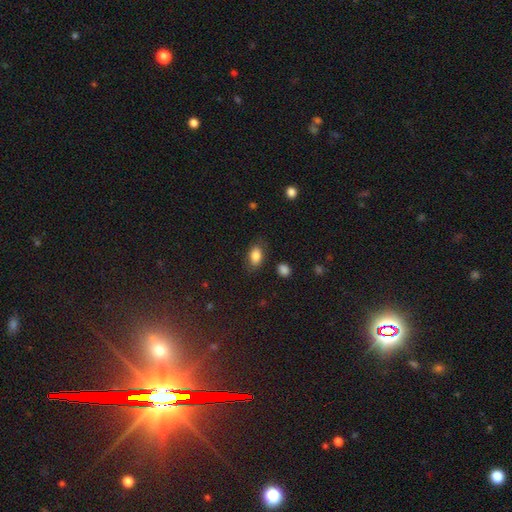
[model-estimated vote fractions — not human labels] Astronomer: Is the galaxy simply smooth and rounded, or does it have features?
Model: smooth — 83%.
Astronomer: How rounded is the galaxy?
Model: in between — 87%.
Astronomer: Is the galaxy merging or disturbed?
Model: none — 78%.